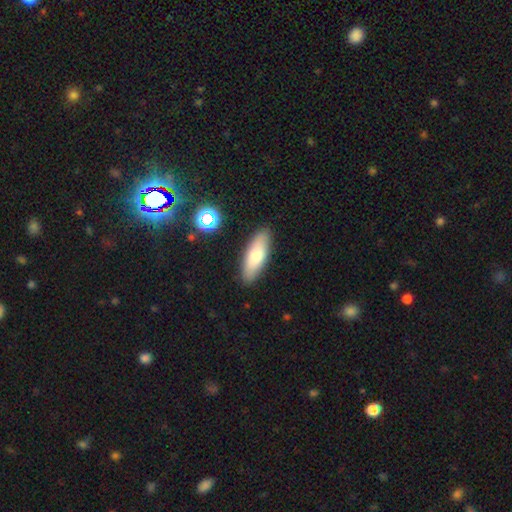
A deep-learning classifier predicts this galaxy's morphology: type=smooth (73%); roundness=in between (62%); merging=none (88%).